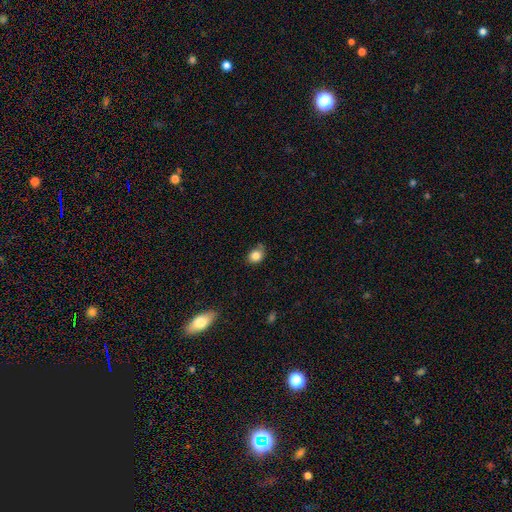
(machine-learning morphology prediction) Smooth or featured?
  - smooth: 82% *
  - star or artifact: 10%
  - featured or disk: 8%
How rounded?
  - in between: 53% *
  - round: 45%
  - cigar-shaped: 1%
Merging?
  - none: 57% *
  - minor disturbance: 33%
  - major disturbance: 7%
  - merger: 3%